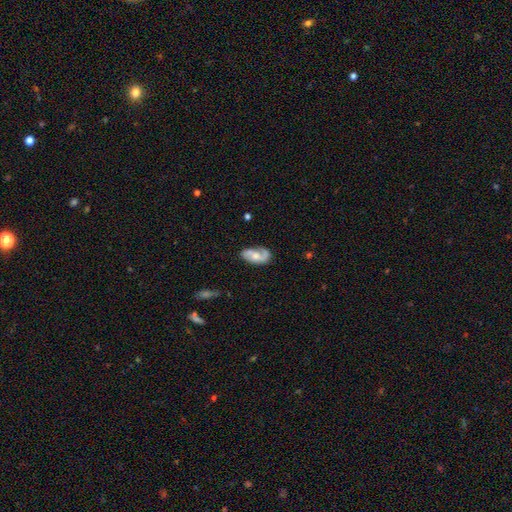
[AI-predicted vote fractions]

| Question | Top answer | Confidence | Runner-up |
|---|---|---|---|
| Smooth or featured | featured or disk | 60% | smooth (34%) |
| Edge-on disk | no | 95% | yes (5%) |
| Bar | no | 64% | weak (30%) |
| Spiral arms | yes | 84% | no (16%) |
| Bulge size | moderate | 53% | small (24%) |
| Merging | none | 58% | minor disturbance (25%) |